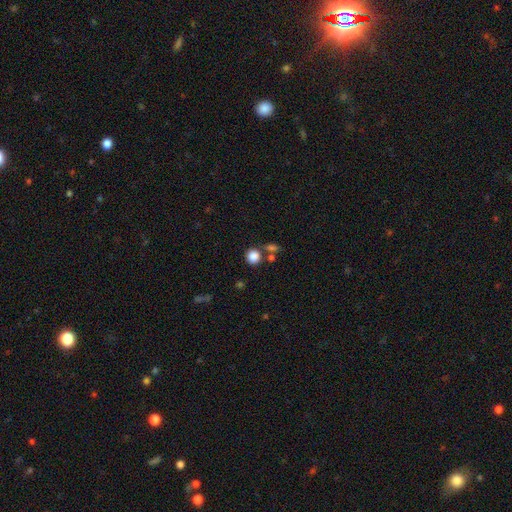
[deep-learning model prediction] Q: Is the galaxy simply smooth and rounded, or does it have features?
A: smooth — 84%.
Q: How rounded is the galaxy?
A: round — 85%.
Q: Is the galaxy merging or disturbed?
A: none — 69%.